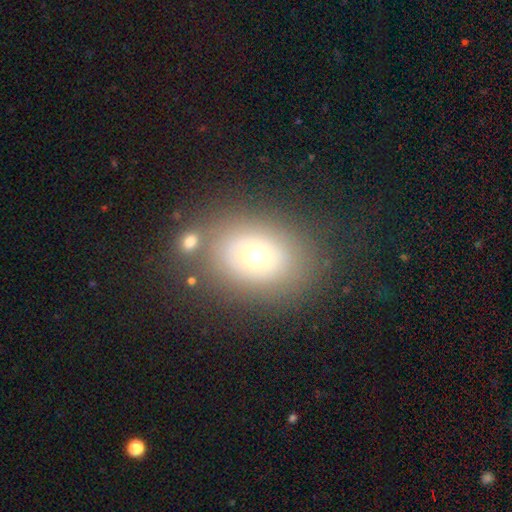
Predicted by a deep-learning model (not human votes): This is possibly a smooth galaxy (59%). How rounded: likely in between (61%). Merging: likely none (72%).